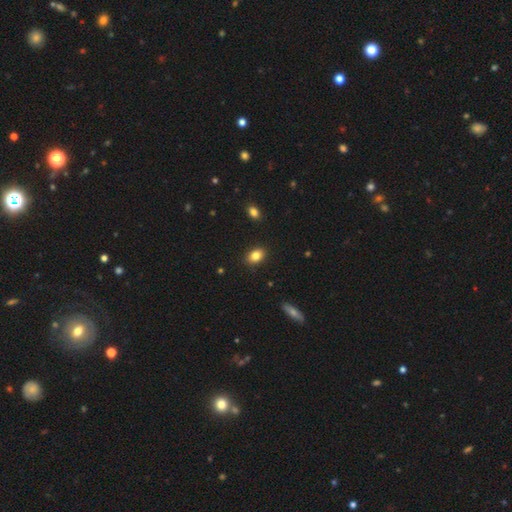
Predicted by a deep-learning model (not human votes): Q: Smooth or featured?
A: smooth (84%); runner-up: star or artifact (9%)
Q: How rounded?
A: in between (78%); runner-up: round (21%)
Q: Merging?
A: none (89%); runner-up: minor disturbance (8%)